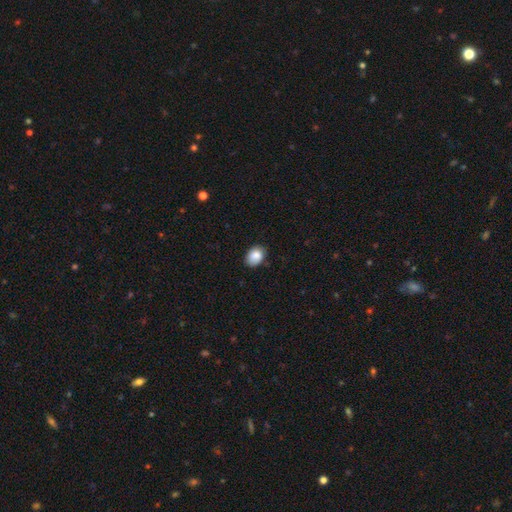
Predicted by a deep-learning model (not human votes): Overall: smooth (85%). How rounded: in between (68%; round 31%). Merging: none (74%).